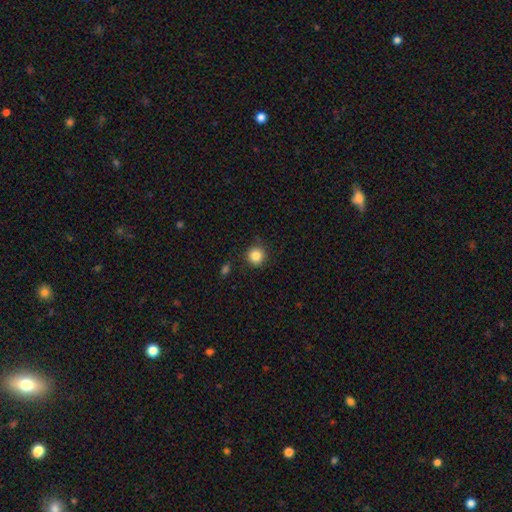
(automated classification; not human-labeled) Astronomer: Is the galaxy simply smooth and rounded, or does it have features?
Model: smooth — 86%.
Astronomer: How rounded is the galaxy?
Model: round — 93%.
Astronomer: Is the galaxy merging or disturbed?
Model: none — 86%.